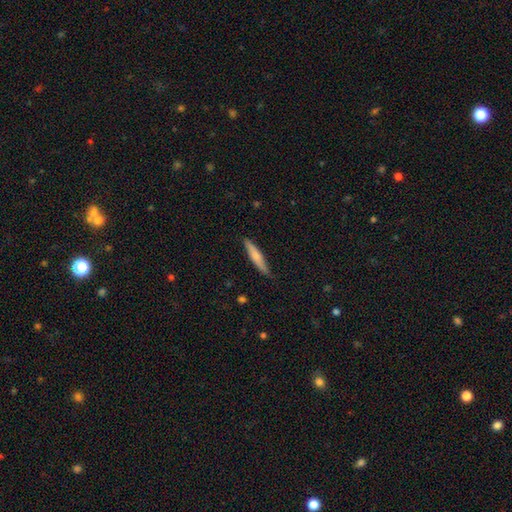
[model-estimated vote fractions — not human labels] This is likely a smooth galaxy (65%). How rounded: clearly cigar-shaped (87%). Merging: clearly none (82%).